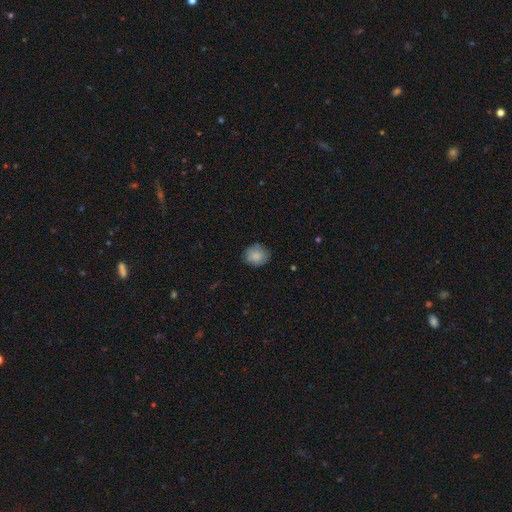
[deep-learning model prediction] A smooth galaxy with no disk features (77%) that is round (79%).

Vote fractions:
- Smooth or featured? smooth: 77% / featured or disk: 15% / star or artifact: 8%
- How rounded? round: 79% / in between: 20% / cigar-shaped: 1%
- Merging? none: 76% / minor disturbance: 19% / major disturbance: 4% / merger: 1%